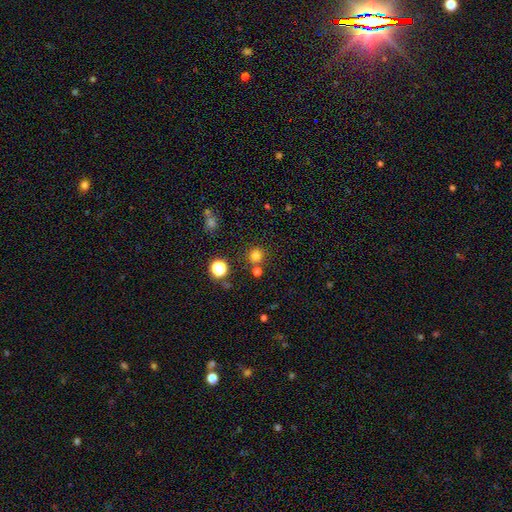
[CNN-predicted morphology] smooth-or-featured: smooth: 74% | star or artifact: 20% | featured or disk: 6%
  how-rounded: round: 92% | in between: 7% | cigar-shaped: 1%
  merging: none: 77% | merger: 13% | minor disturbance: 8% | major disturbance: 3%